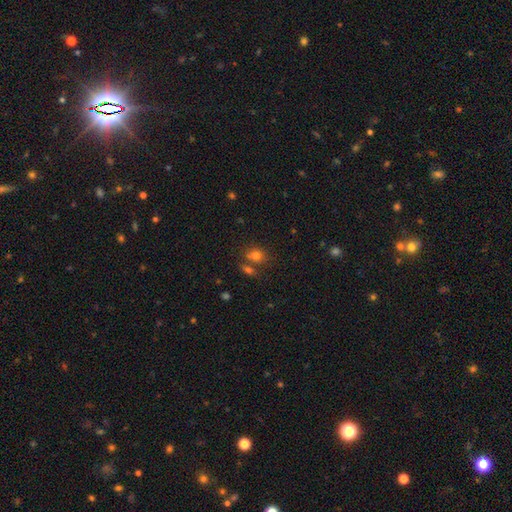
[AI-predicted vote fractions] Q: Smooth or featured?
A: smooth (77%); runner-up: star or artifact (13%)
Q: How rounded?
A: round (55%); runner-up: in between (44%)
Q: Merging?
A: none (57%); runner-up: merger (27%)